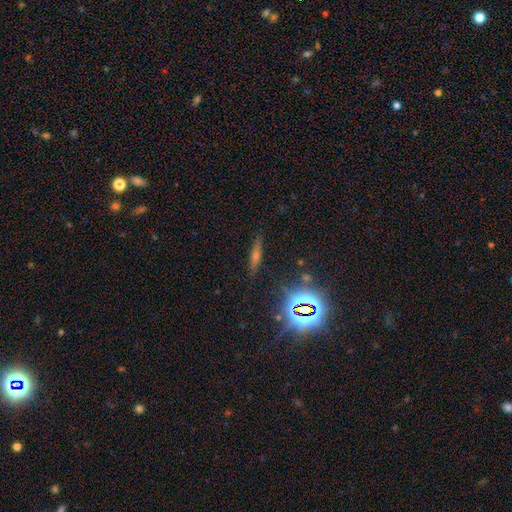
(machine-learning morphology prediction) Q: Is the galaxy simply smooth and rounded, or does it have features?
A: featured or disk — 38%.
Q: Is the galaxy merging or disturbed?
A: none — 86%.